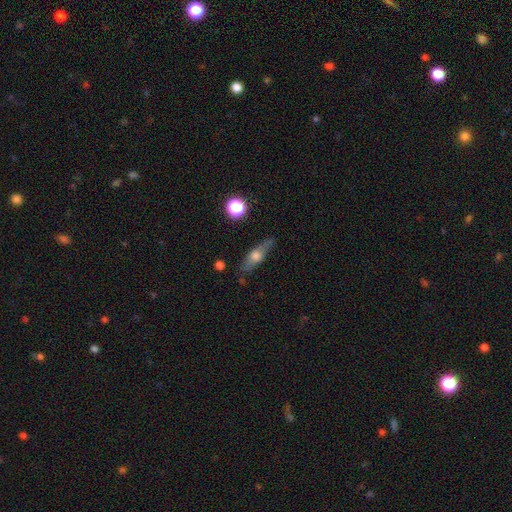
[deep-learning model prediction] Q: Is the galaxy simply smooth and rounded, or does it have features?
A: featured or disk — 53%.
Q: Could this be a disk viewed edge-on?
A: yes — 85%.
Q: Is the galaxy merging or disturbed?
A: none — 80%.